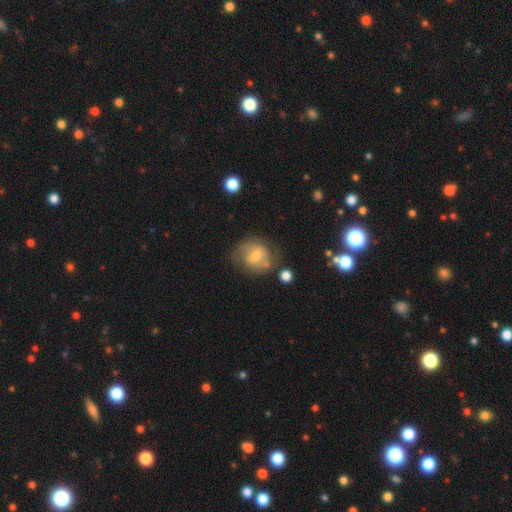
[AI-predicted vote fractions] Morphology: type=featured or disk (47%); merging=none (55%).